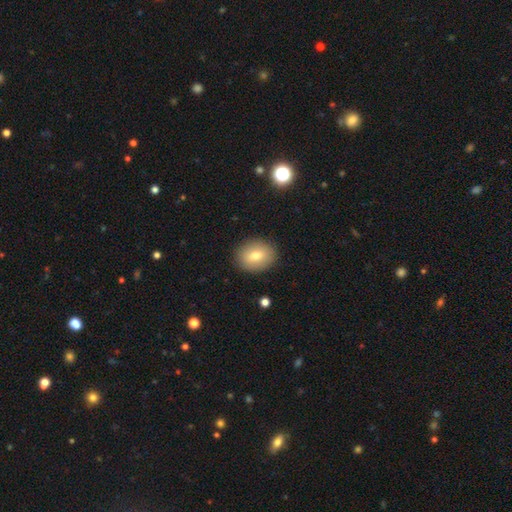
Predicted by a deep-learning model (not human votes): Smooth or featured? Predicted: smooth (p=0.74). How rounded? Predicted: round (p=0.49, tied with in between). Merging? Predicted: none (p=0.88).